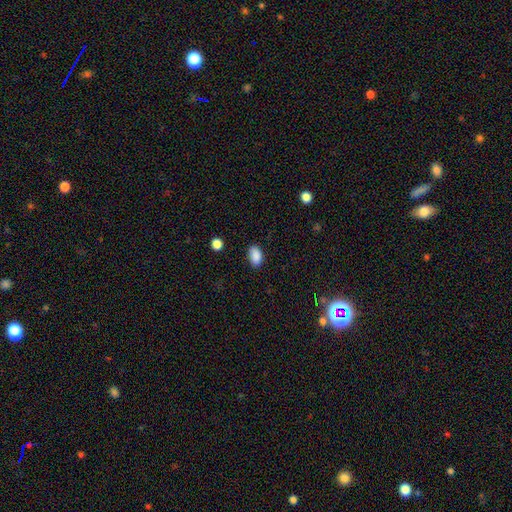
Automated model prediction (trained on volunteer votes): smooth 88%, star or artifact 8%, featured or disk 3%. Down the decision tree: how rounded — in between (89%); merging — none (83%).